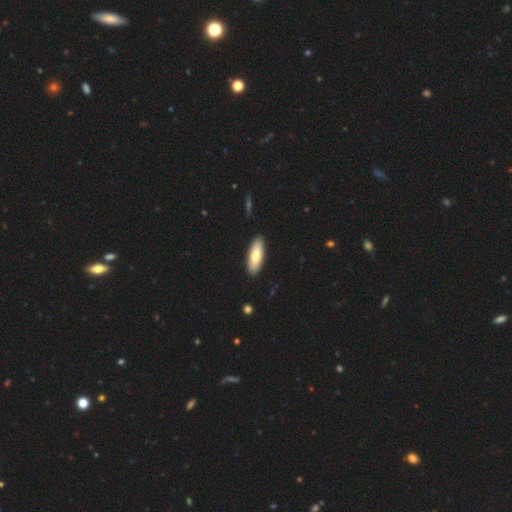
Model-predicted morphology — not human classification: smooth 72%, featured or disk 23%, star or artifact 5%. Down the decision tree: how rounded — in between (61%); merging — none (90%).